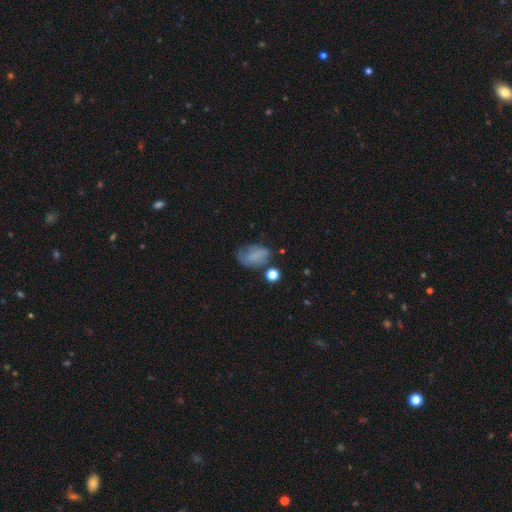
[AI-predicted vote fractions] Smooth or featured?
  - smooth: 64% *
  - featured or disk: 23%
  - star or artifact: 13%
How rounded?
  - in between: 78% *
  - round: 20%
  - cigar-shaped: 1%
Merging?
  - none: 43% *
  - minor disturbance: 31%
  - major disturbance: 21%
  - merger: 6%